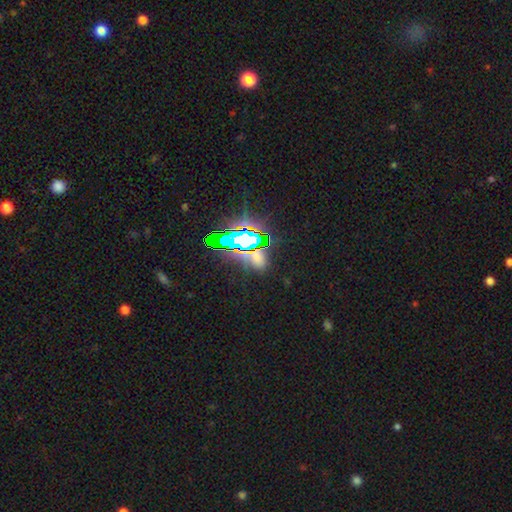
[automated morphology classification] This appears to be a star or artifact, not a galaxy (67%).